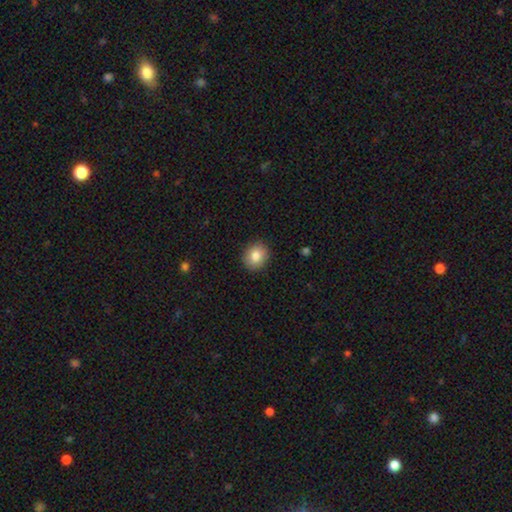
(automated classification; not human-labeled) A smooth galaxy with no disk features (84%) that is round (79%).

Vote fractions:
- Smooth or featured? smooth: 84% / star or artifact: 8% / featured or disk: 8%
- How rounded? round: 79% / in between: 20% / cigar-shaped: 1%
- Merging? none: 90% / minor disturbance: 7% / major disturbance: 2% / merger: 1%